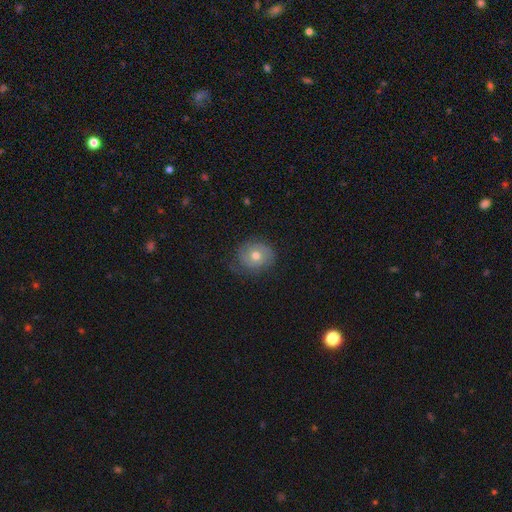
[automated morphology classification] Q: Smooth or featured?
A: smooth (51%); runner-up: featured or disk (40%)
Q: How rounded?
A: round (68%); runner-up: in between (31%)
Q: Merging?
A: none (68%); runner-up: minor disturbance (22%)